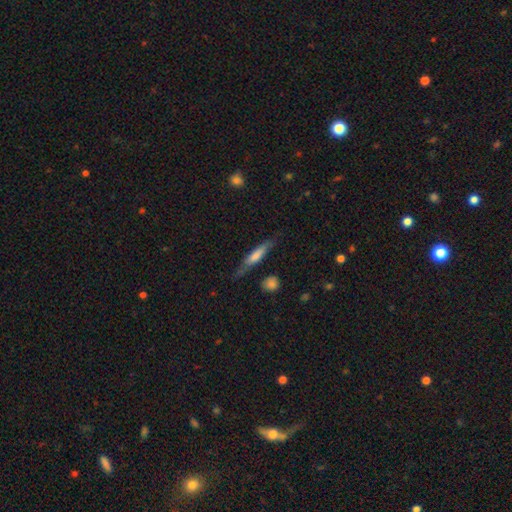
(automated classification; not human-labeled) Morphology: type=smooth (48%); merging=none (69%).